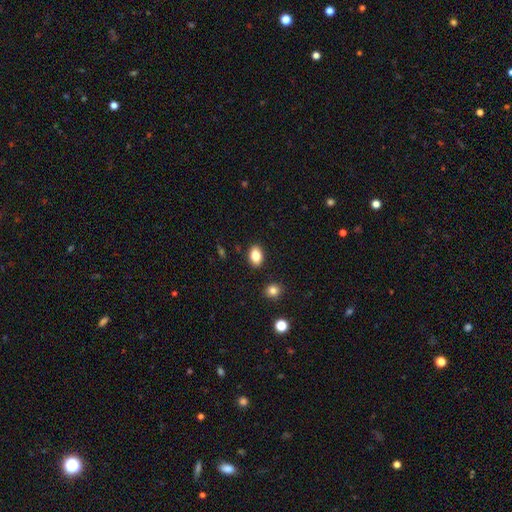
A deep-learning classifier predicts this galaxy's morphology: type=smooth (82%); roundness=in between (84%); merging=none (88%).